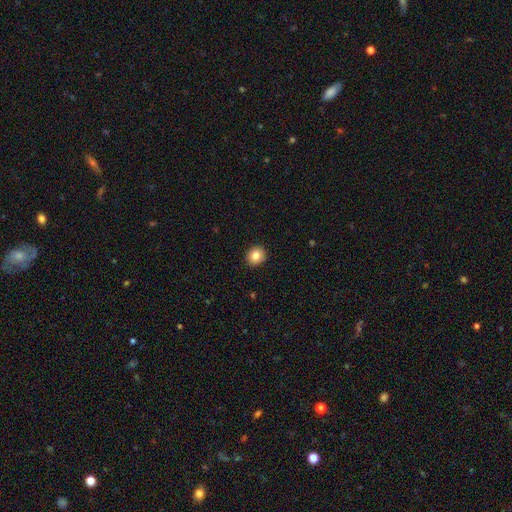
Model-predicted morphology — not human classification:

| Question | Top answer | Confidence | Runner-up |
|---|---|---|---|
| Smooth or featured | smooth | 82% | star or artifact (9%) |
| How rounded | round | 85% | in between (14%) |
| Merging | none | 92% | minor disturbance (5%) |